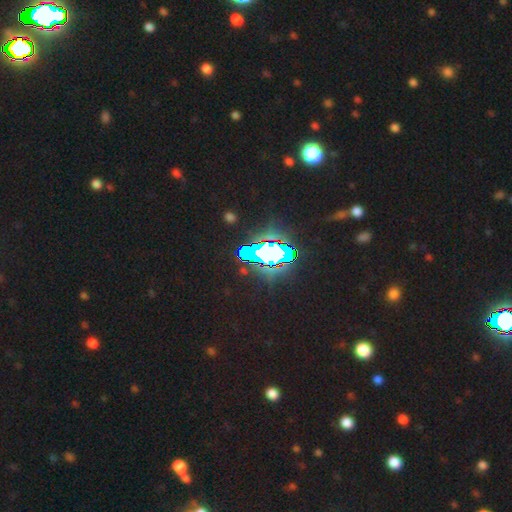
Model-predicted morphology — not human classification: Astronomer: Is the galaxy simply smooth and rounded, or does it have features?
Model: star or artifact — 79%.